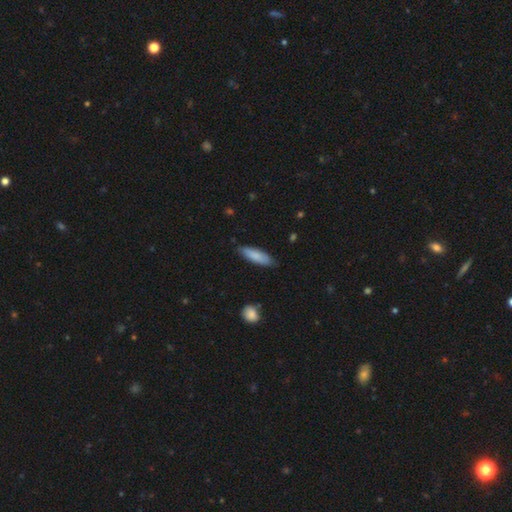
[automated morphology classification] A smooth galaxy with no disk features (82%) that is in between round and cigar-shaped (50%). Merging: none (80%).